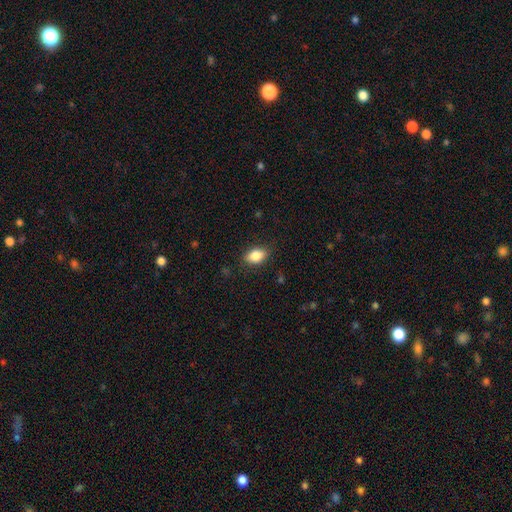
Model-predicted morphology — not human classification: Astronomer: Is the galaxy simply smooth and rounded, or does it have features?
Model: smooth — 85%.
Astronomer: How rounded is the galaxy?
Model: in between — 84%.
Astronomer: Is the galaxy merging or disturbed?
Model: none — 84%.